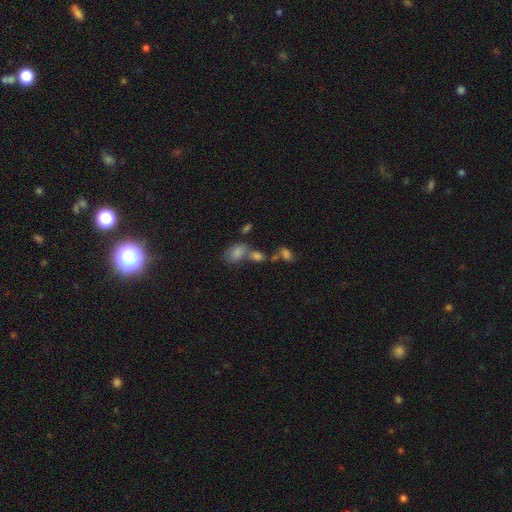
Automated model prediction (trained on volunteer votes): Overall: smooth (46%; star or artifact 38%). Merging: none (46%; merger 35%).